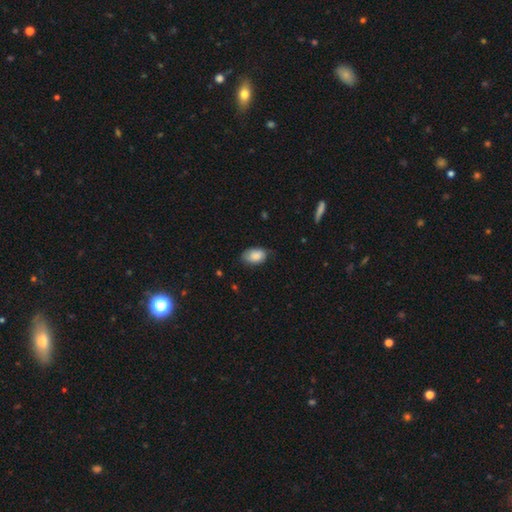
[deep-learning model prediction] smooth-or-featured: smooth: 84% | featured or disk: 10% | star or artifact: 7%
  how-rounded: in between: 90% | round: 8% | cigar-shaped: 1%
  merging: none: 64% | minor disturbance: 30% | major disturbance: 5% | merger: 1%